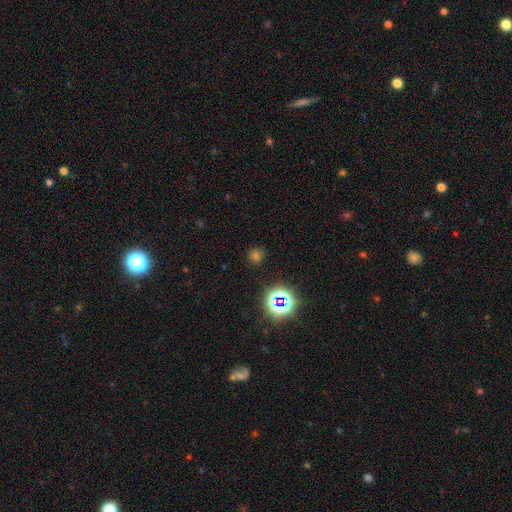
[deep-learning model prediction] smooth 53%, star or artifact 40%, featured or disk 7%. Down the decision tree: how rounded — round (90%); merging — none (87%).